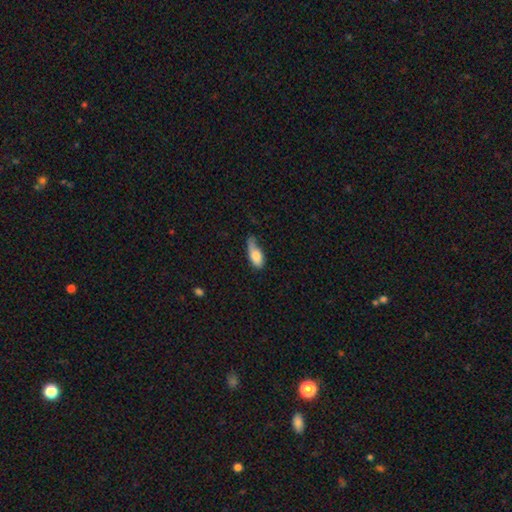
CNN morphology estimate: This is likely a smooth galaxy (76%). How rounded: clearly in between (80%). Merging: marginally minor disturbance (41%).